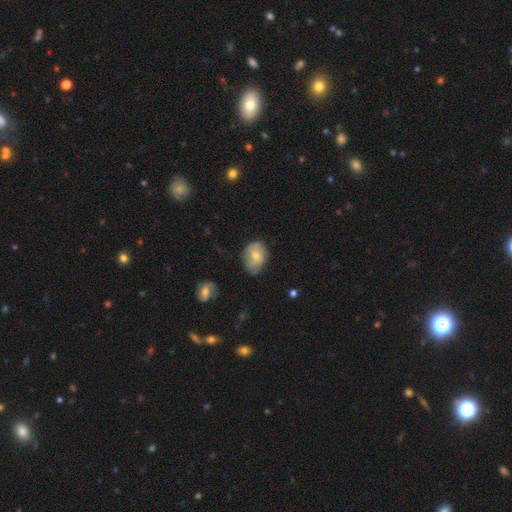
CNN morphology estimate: The model was most divided on "merging": none: 61%, minor disturbance: 30%, major disturbance: 7%, merger: 2%. More confident: how rounded — in between (71%); smooth or featured — smooth (64%).